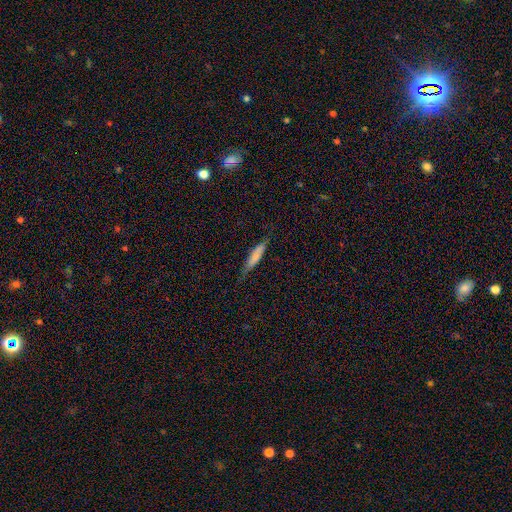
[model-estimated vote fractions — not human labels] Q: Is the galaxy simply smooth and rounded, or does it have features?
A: smooth — 69%.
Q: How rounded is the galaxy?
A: cigar-shaped — 83%.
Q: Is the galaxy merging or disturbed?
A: none — 75%.